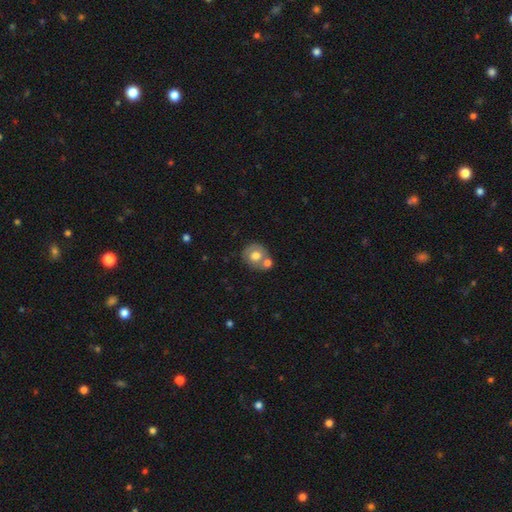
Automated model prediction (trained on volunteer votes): smooth_or_featured: smooth (p=0.61) [alt: featured or disk p=0.32]
how_rounded: round (p=0.76) [alt: in between p=0.23]
merging: none (p=0.43) [alt: merger p=0.40]